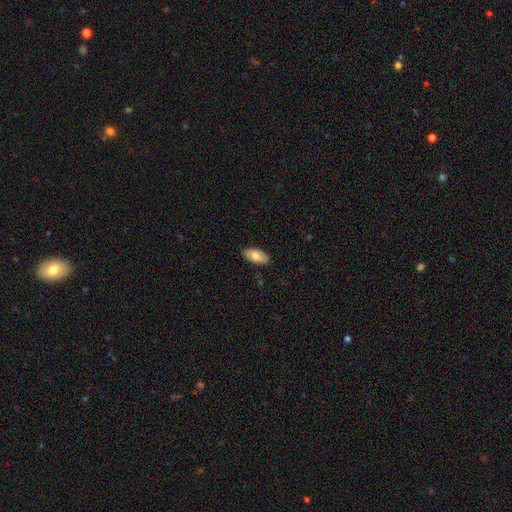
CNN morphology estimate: Smooth or featured: smooth — 79% (featured or disk — 15%)
How rounded: in between — 92% (cigar-shaped — 6%)
Merging: none — 87% (minor disturbance — 10%)